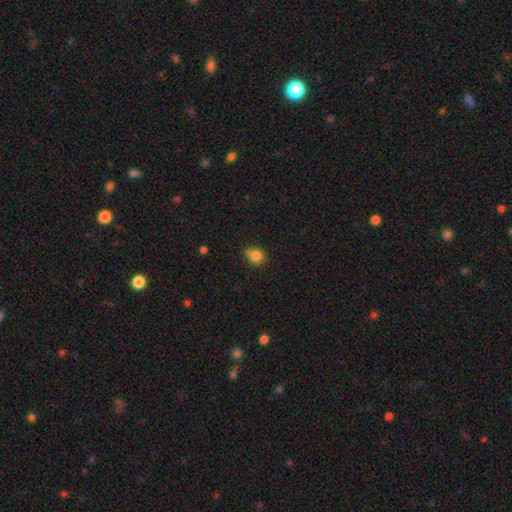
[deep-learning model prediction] smooth-or-featured: smooth: 82% | star or artifact: 11% | featured or disk: 7%
  how-rounded: round: 64% | in between: 35% | cigar-shaped: 1%
  merging: none: 64% | minor disturbance: 27% | major disturbance: 5% | merger: 4%